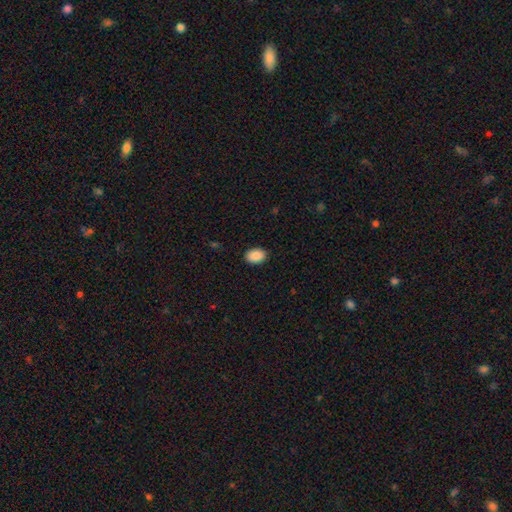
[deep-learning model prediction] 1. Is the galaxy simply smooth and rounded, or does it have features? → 90% smooth, 7% star or artifact, 3% featured or disk.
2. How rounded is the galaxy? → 82% in between, 17% round, 1% cigar-shaped.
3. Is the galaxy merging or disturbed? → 89% none, 8% minor disturbance, 2% major disturbance, 1% merger.